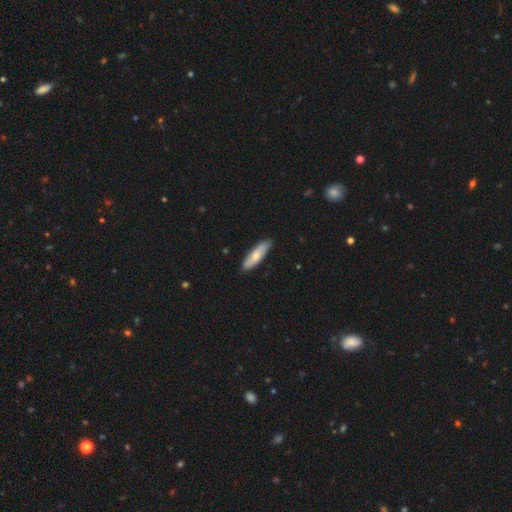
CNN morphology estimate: Smooth or featured? Predicted: smooth (p=0.67). How rounded? Predicted: cigar-shaped (p=0.54). Merging? Predicted: none (p=0.87).